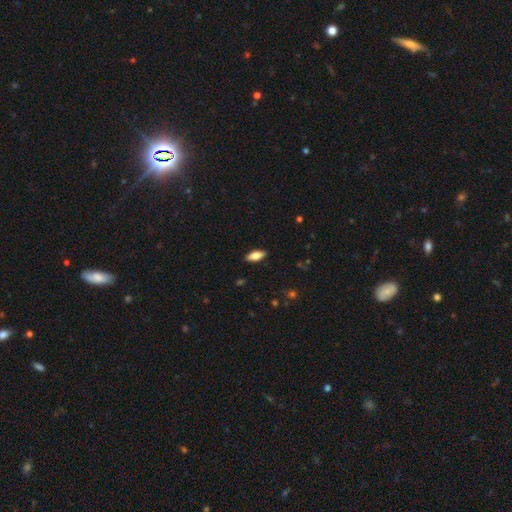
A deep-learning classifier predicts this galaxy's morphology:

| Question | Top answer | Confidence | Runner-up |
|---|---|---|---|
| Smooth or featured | smooth | 77% | featured or disk (16%) |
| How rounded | in between | 79% | cigar-shaped (19%) |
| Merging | none | 89% | minor disturbance (9%) |